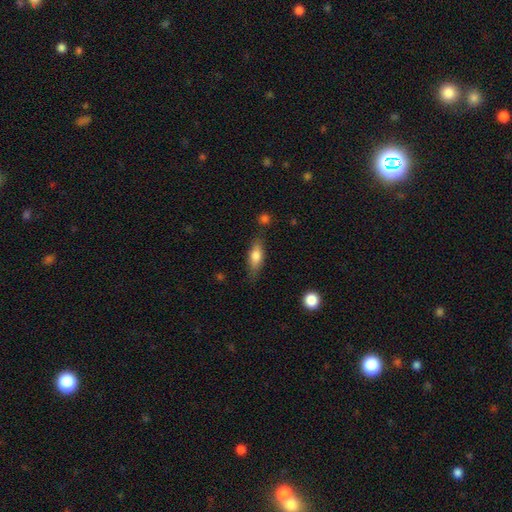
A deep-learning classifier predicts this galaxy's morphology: The model was most divided on "how rounded": in between: 66%, cigar-shaped: 30%, round: 4%. More confident: merging — none (75%); smooth or featured — smooth (72%).